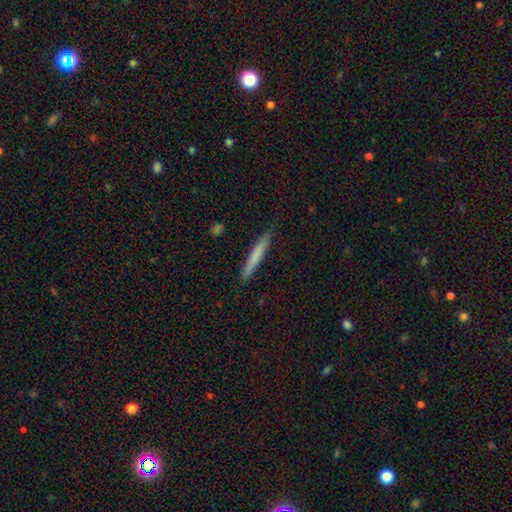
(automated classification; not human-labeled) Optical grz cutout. It shows a smooth galaxy with no disk features (72%) that is cigar-shaped (95%). Merging: none (88%).